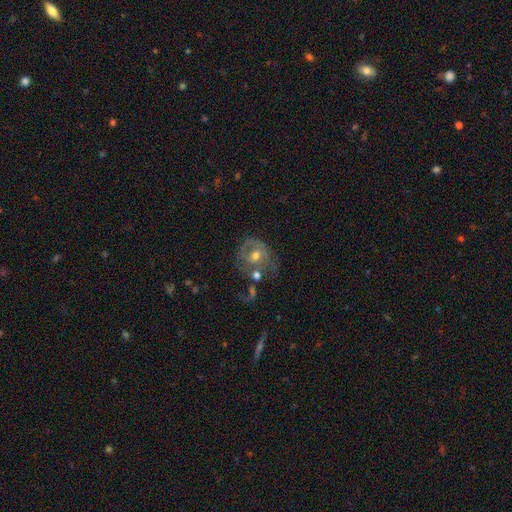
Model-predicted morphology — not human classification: The model was most divided on "merging": none: 41%, minor disturbance: 22%, major disturbance: 19%, merger: 17%. More confident: edge-on disk — no (96%); bulge size — moderate (73%); bar — no (73%); smooth or featured — featured or disk (63%); spiral arms — yes (60%).